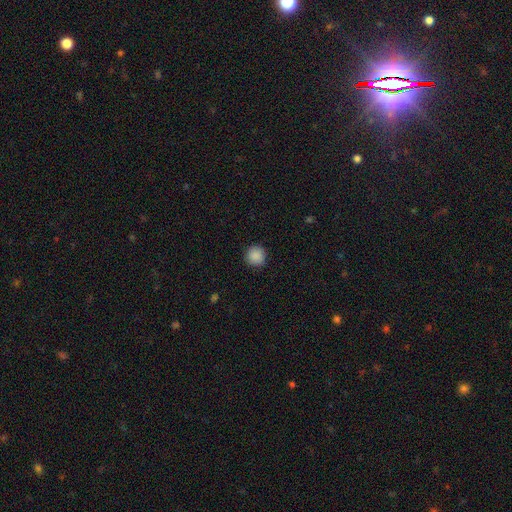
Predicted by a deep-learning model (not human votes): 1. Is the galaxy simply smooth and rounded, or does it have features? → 89% smooth, 9% star or artifact, 2% featured or disk.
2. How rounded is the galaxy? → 94% round, 5% in between, 1% cigar-shaped.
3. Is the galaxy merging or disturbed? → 91% none, 6% minor disturbance, 2% major disturbance, 1% merger.